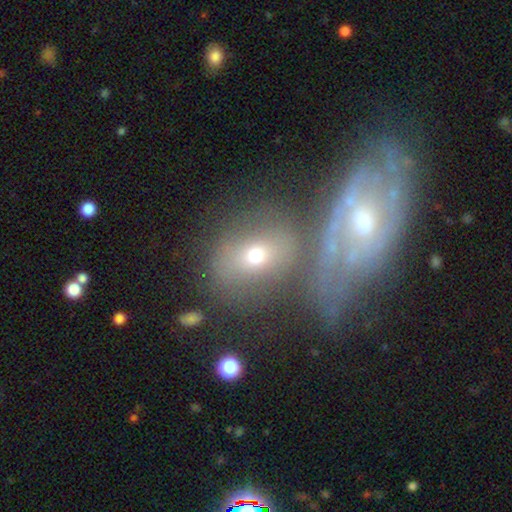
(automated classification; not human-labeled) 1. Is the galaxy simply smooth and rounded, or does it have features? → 47% smooth, 43% featured or disk, 11% star or artifact.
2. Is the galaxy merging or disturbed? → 44% none, 33% merger, 15% minor disturbance, 8% major disturbance.